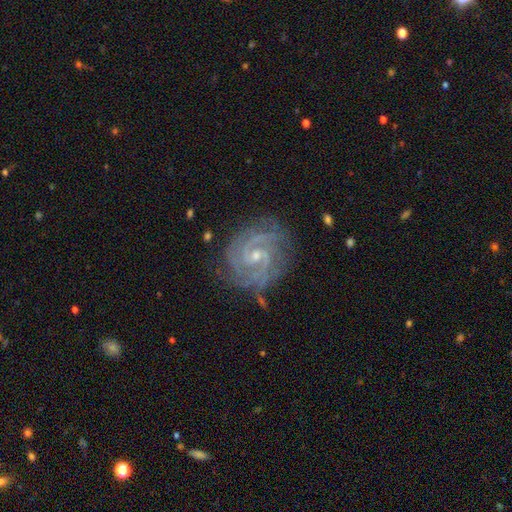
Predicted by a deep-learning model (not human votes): Smooth or featured?
  - featured or disk: 91% *
  - star or artifact: 5%
  - smooth: 3%
Edge-on disk?
  - no: 98% *
  - yes: 2%
Bar?
  - weak: 46% *
  - no: 39%
  - strong: 15%
Spiral arms?
  - yes: 99% *
  - no: 1%
Spiral winding?
  - tight: 67% *
  - medium: 30%
  - loose: 3%
Spiral arm count?
  - 2: 62% *
  - 3: 17%
  - can't tell: 8%
  - 4: 6%
  - more than 4: 3%
  - 1: 3%
Bulge size?
  - small: 68% *
  - moderate: 29%
  - none: 2%
  - large: 1%
  - dominant: 1%
Merging?
  - none: 76% *
  - minor disturbance: 17%
  - major disturbance: 5%
  - merger: 2%